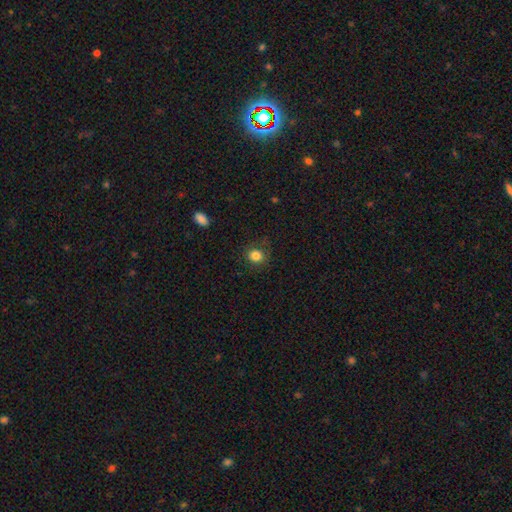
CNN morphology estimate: Smooth or featured? smooth (84%)
How rounded? round (80%)
Merging? none (79%)